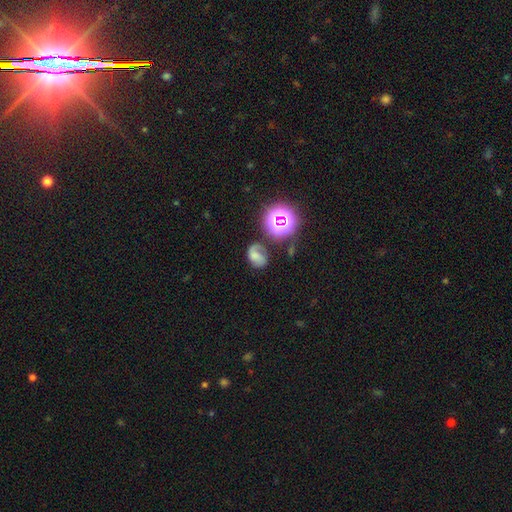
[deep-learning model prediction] Smooth or featured? Predicted: featured or disk (p=0.41). Merging? Predicted: none (p=0.47).